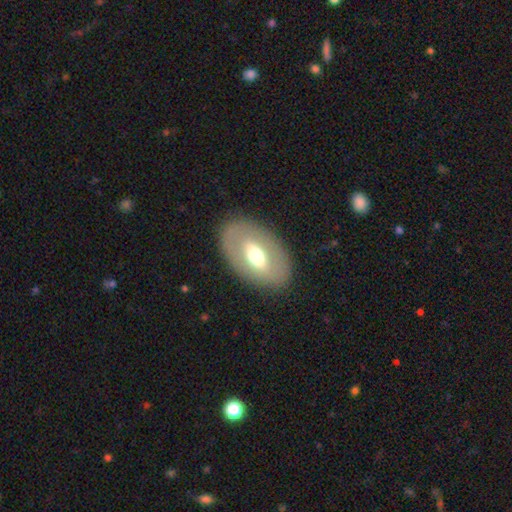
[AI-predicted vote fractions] smooth_or_featured: featured or disk (p=0.47) [alt: smooth p=0.46]
merging: none (p=0.84) [alt: minor disturbance p=0.10]